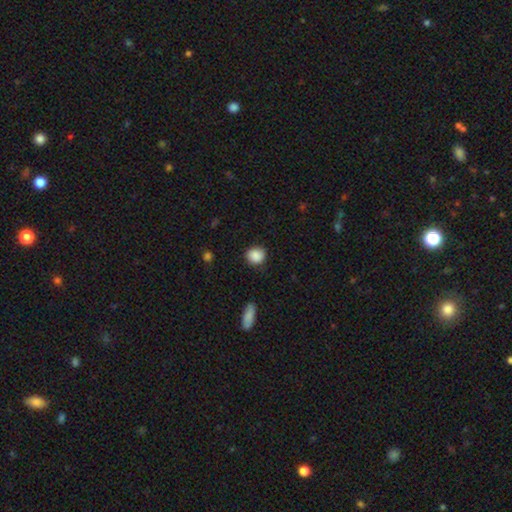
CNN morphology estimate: type=smooth (88%); roundness=round (81%); merging=none (84%).